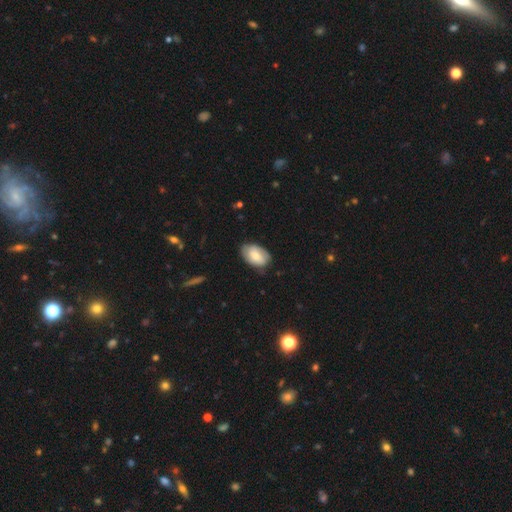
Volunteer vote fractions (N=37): smooth 59%, featured or disk 35%, star or artifact 5%. Down the decision tree: how rounded — in between (95%); merging — none (69%).